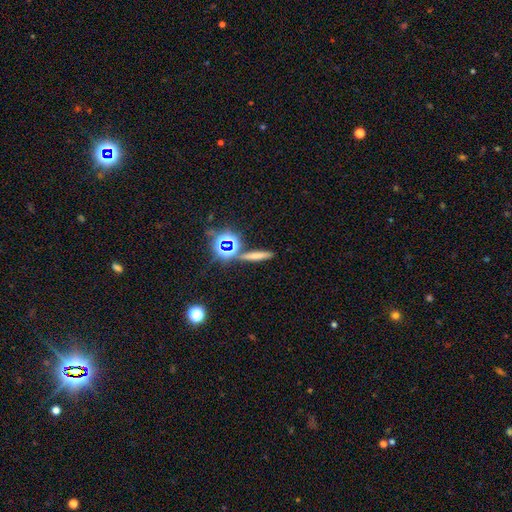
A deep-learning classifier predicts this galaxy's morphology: type=smooth (61%); roundness=cigar-shaped (82%); merging=none (79%).